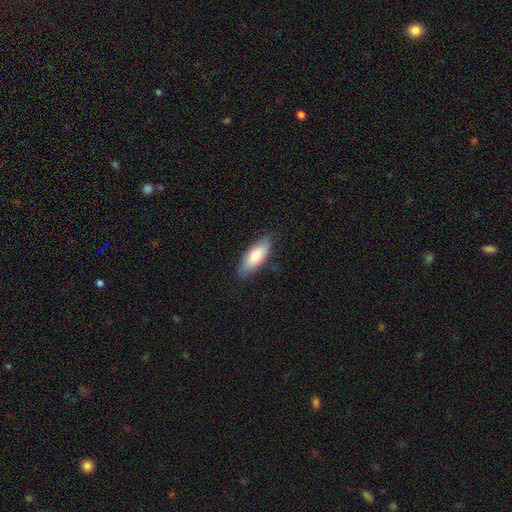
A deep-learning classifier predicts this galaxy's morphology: Overall: smooth (79%). How rounded: in between (74%). Merging: none (80%).